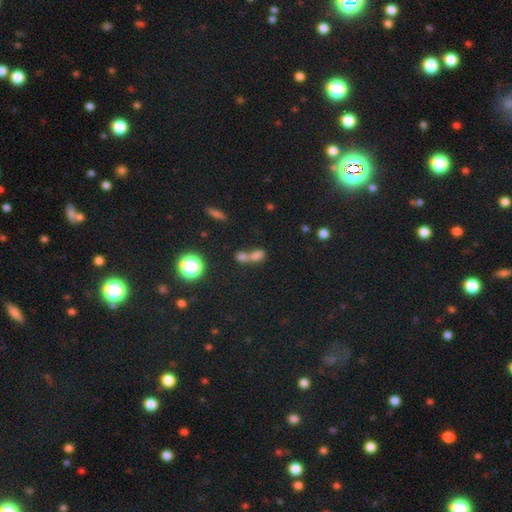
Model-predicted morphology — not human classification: Smooth or featured? smooth (67%)
How rounded? in between (61%)
Merging? merger (69%)